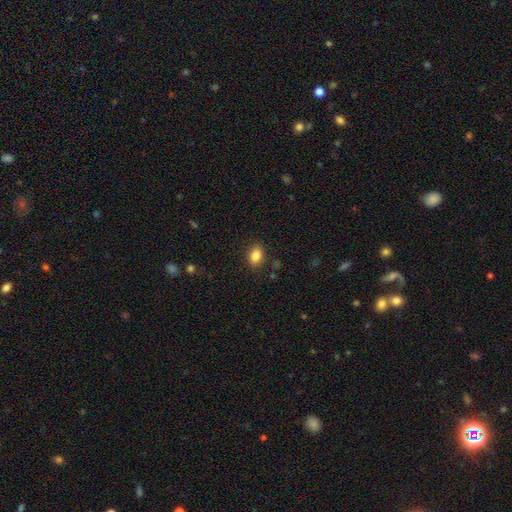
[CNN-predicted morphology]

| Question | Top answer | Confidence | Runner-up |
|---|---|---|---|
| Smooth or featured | smooth | 85% | star or artifact (9%) |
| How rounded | in between | 79% | round (20%) |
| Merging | none | 86% | minor disturbance (10%) |